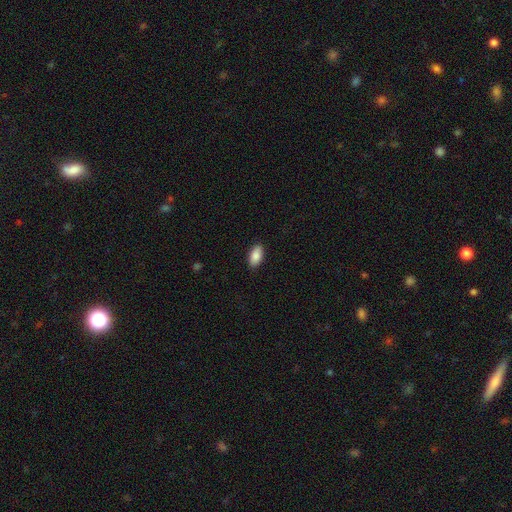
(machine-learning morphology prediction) smooth_or_featured: smooth (p=0.88) [alt: star or artifact p=0.06]
how_rounded: in between (p=0.92) [alt: cigar-shaped p=0.05]
merging: none (p=0.89) [alt: minor disturbance p=0.08]